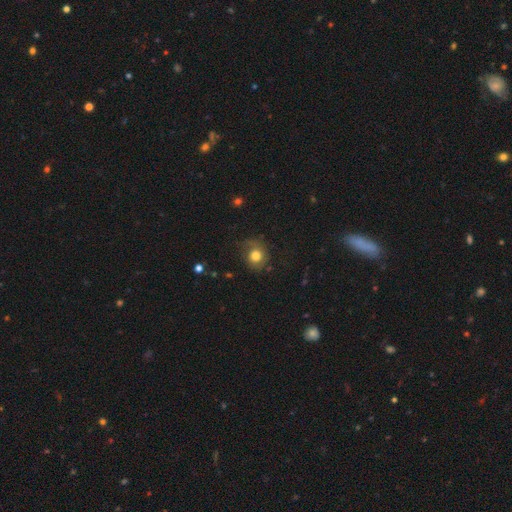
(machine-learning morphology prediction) This is likely a smooth galaxy (71%). How rounded: likely round (78%). Merging: likely none (61%).